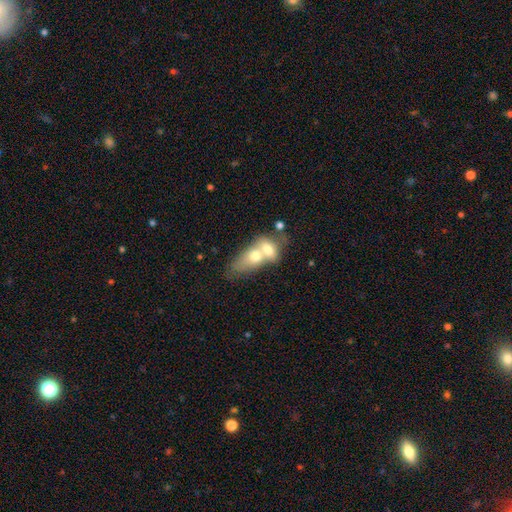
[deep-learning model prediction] Smooth or featured?
  - smooth: 65% *
  - featured or disk: 28%
  - star or artifact: 7%
How rounded?
  - in between: 75% *
  - round: 17%
  - cigar-shaped: 8%
Merging?
  - merger: 79% *
  - none: 11%
  - minor disturbance: 5%
  - major disturbance: 5%